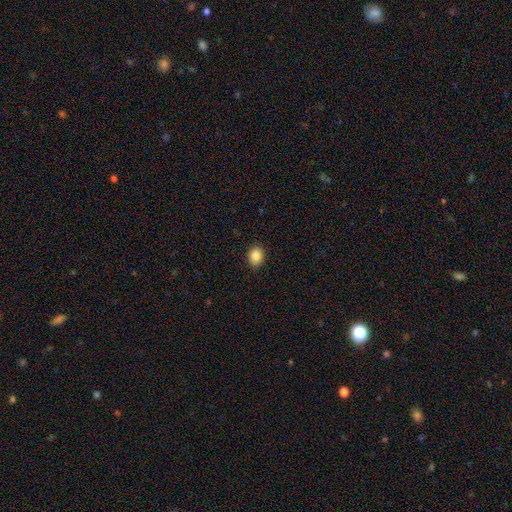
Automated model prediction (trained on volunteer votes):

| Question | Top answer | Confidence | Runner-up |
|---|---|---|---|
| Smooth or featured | smooth | 85% | star or artifact (10%) |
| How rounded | in between | 50% | round (49%) |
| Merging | none | 89% | minor disturbance (9%) |